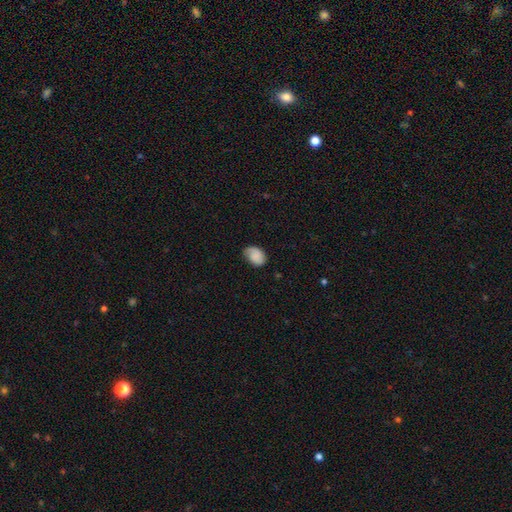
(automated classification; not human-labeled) Morphology: type=smooth (75%); roundness=in between (72%); merging=none (58%).